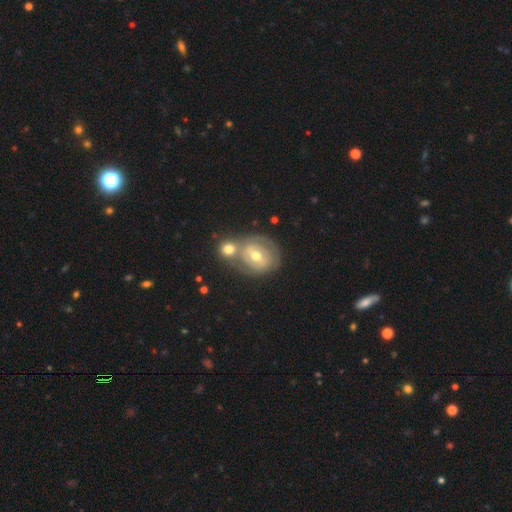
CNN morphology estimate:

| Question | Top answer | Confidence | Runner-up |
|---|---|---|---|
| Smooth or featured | featured or disk | 62% | smooth (29%) |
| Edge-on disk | no | 96% | yes (4%) |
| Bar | weak | 42% | no (39%) |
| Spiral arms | yes | 63% | no (37%) |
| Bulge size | moderate | 68% | small (26%) |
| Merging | none | 45% | merger (38%) |